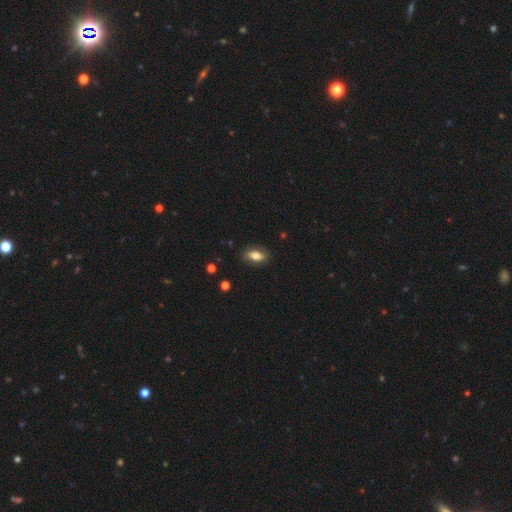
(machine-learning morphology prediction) type=smooth (75%); roundness=in between (86%); merging=none (81%).